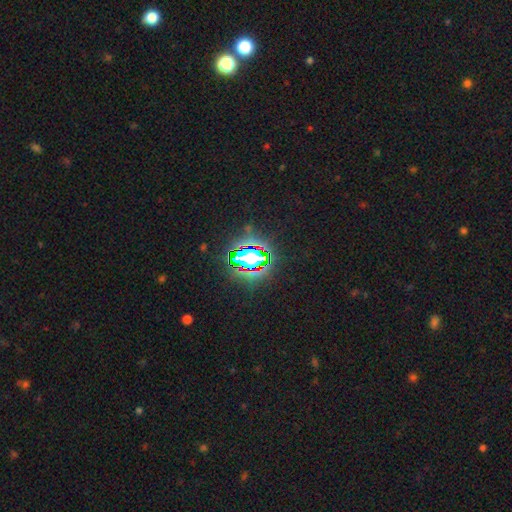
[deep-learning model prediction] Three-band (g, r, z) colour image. It shows a star or artifact, not a galaxy (84%).